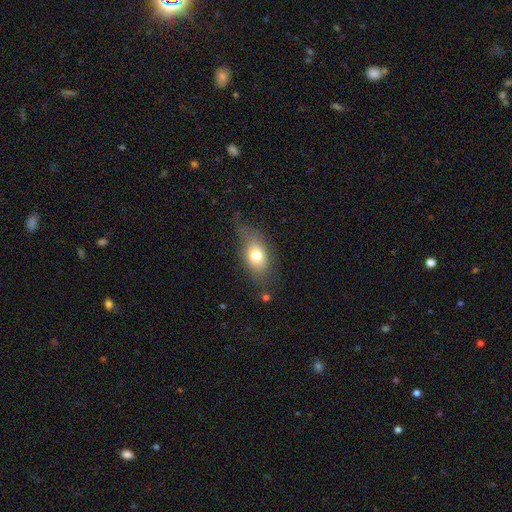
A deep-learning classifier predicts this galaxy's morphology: smooth-or-featured: smooth: 72% | featured or disk: 19% | star or artifact: 9%
  how-rounded: in between: 80% | round: 14% | cigar-shaped: 6%
  merging: none: 55% | minor disturbance: 29% | major disturbance: 13% | merger: 3%